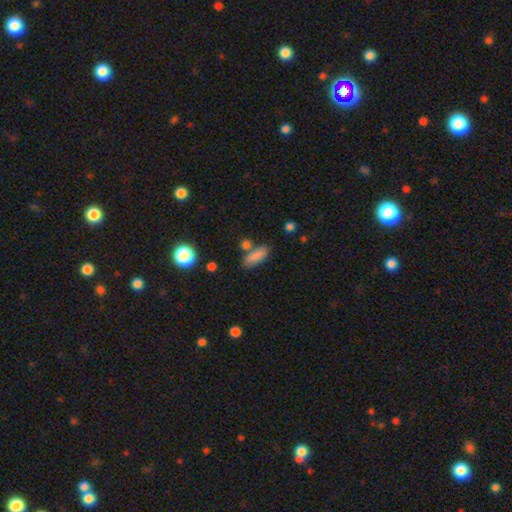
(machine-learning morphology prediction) A smooth galaxy with no disk features (84%) that is in between round and cigar-shaped (69%).

Vote fractions:
- Smooth or featured? smooth: 84% / star or artifact: 9% / featured or disk: 8%
- How rounded? in between: 69% / cigar-shaped: 27% / round: 4%
- Merging? none: 67% / minor disturbance: 15% / merger: 13% / major disturbance: 4%